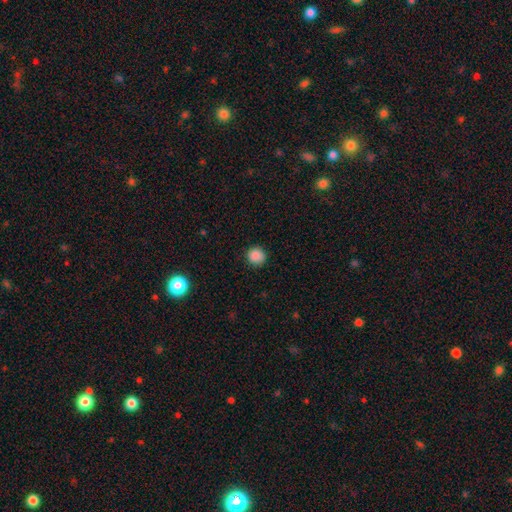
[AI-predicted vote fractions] smooth-or-featured: smooth: 87% | star or artifact: 10% | featured or disk: 3%
  how-rounded: round: 93% | in between: 6% | cigar-shaped: 1%
  merging: none: 90% | minor disturbance: 7% | major disturbance: 2% | merger: 1%